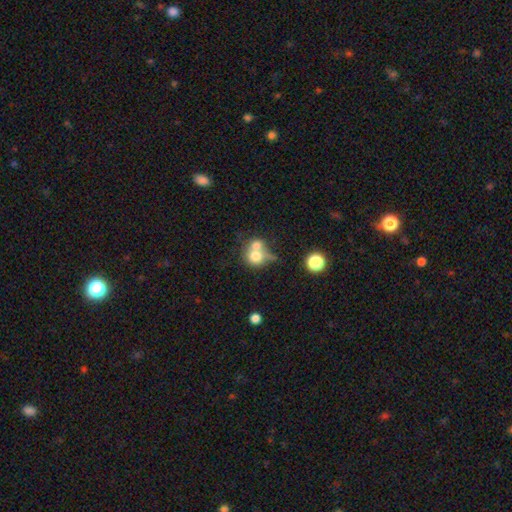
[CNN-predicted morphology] A smooth galaxy with no disk features (70%) that is round (80%). Merging: merger (58%).